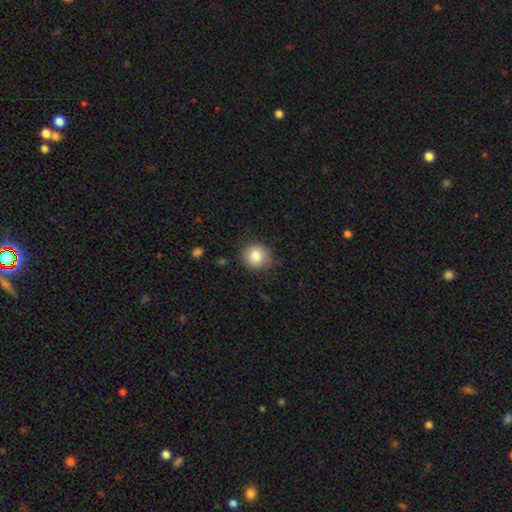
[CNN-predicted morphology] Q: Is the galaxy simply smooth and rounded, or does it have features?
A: smooth — 82%.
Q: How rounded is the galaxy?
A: round — 90%.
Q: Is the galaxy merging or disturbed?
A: none — 81%.